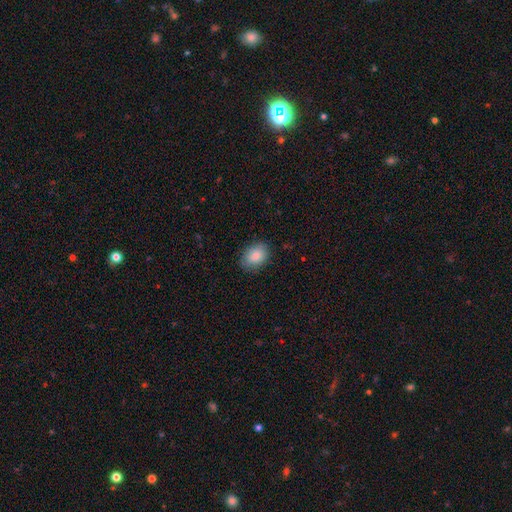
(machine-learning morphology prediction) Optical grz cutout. It shows a smooth galaxy with no disk features (87%) that is in between round and cigar-shaped (77%). Merging: none (85%).